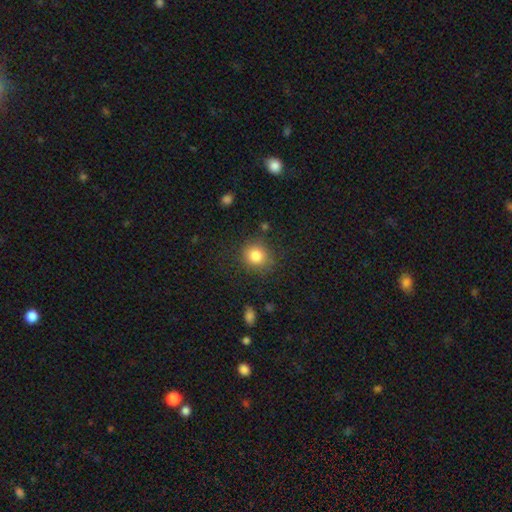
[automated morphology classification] Smooth or featured: smooth — 83% (star or artifact — 10%)
How rounded: round — 80% (in between — 19%)
Merging: none — 81% (minor disturbance — 13%)